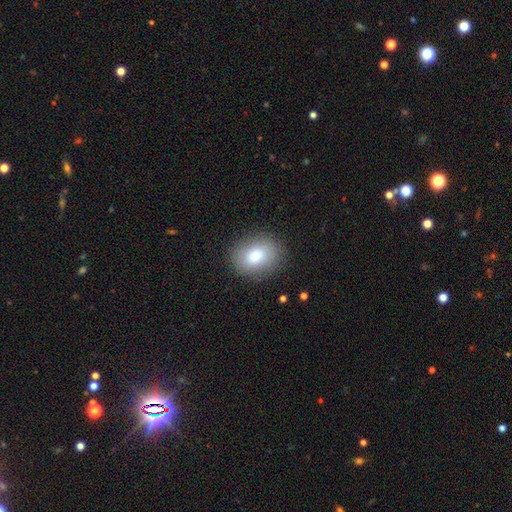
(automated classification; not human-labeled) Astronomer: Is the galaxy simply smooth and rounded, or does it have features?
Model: smooth — 79%.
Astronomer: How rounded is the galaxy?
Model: in between — 53% (runner-up: round, 46%).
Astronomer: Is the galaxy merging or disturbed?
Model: none — 87%.